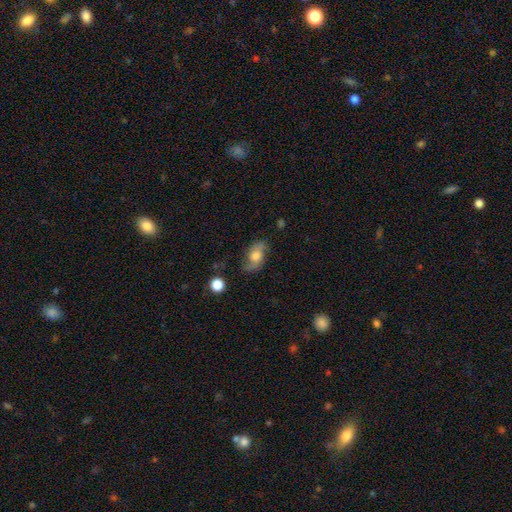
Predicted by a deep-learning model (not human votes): A featured or disk galaxy (59%) with no bar (65%), spiral arms (88%) and a moderate central bulge (53%). Merging: none (70%).